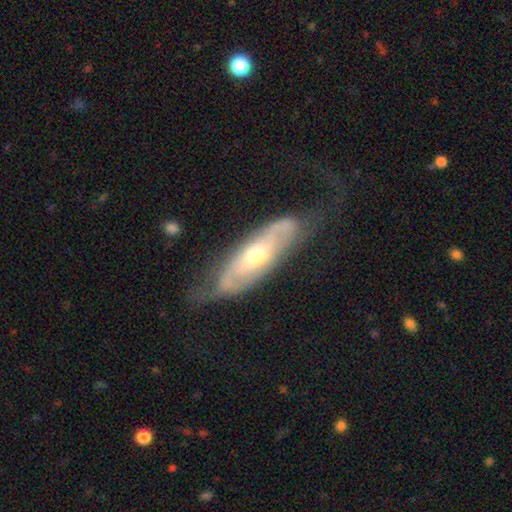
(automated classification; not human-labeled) Q: Smooth or featured?
A: featured or disk (77%); runner-up: smooth (18%)
Q: Edge-on disk?
A: no (77%); runner-up: yes (23%)
Q: Bar?
A: no (63%); runner-up: weak (26%)
Q: Spiral arms?
A: yes (81%); runner-up: no (19%)
Q: Bulge size?
A: moderate (66%); runner-up: small (23%)
Q: Merging?
A: none (54%); runner-up: minor disturbance (24%)